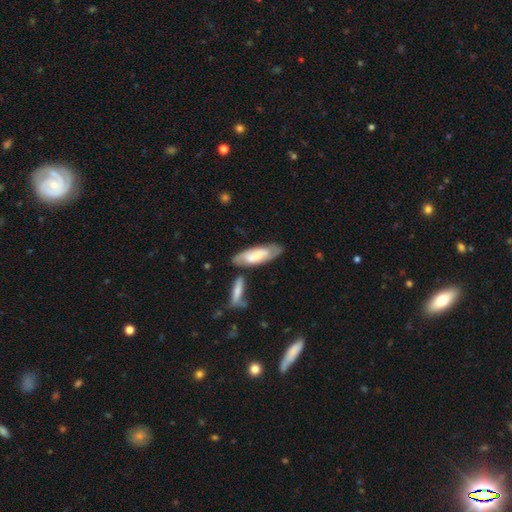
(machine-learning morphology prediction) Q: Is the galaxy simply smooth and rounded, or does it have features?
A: smooth — 55%.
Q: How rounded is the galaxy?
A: in between — 62%.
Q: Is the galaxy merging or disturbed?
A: none — 65%.